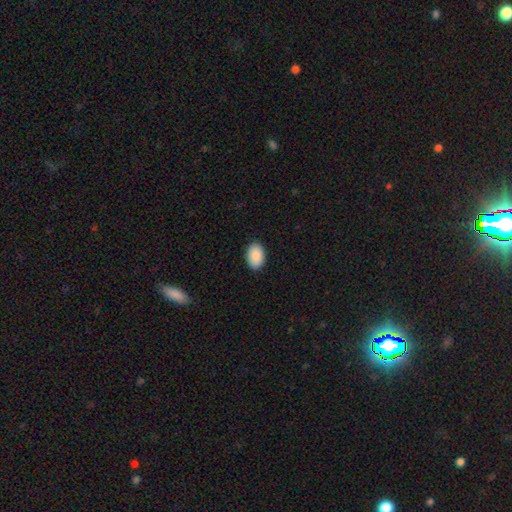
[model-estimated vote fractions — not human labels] Smooth or featured? Predicted: smooth (p=0.91). How rounded? Predicted: in between (p=0.90). Merging? Predicted: none (p=0.90).